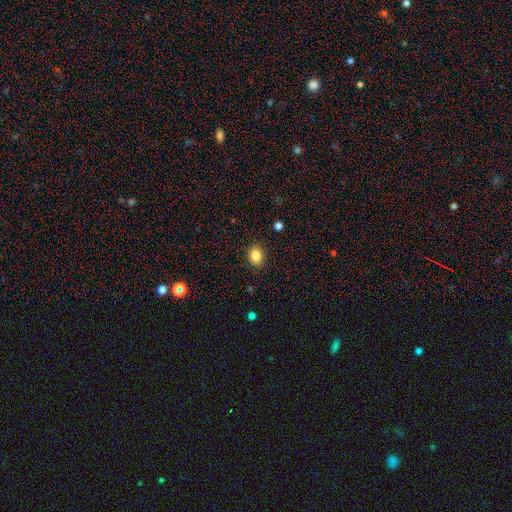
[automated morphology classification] A smooth galaxy with no disk features (86%) that is in between round and cigar-shaped (59%).

Vote fractions:
- Smooth or featured? smooth: 86% / star or artifact: 9% / featured or disk: 5%
- How rounded? in between: 59% / round: 40% / cigar-shaped: 1%
- Merging? none: 88% / minor disturbance: 9% / major disturbance: 2% / merger: 1%